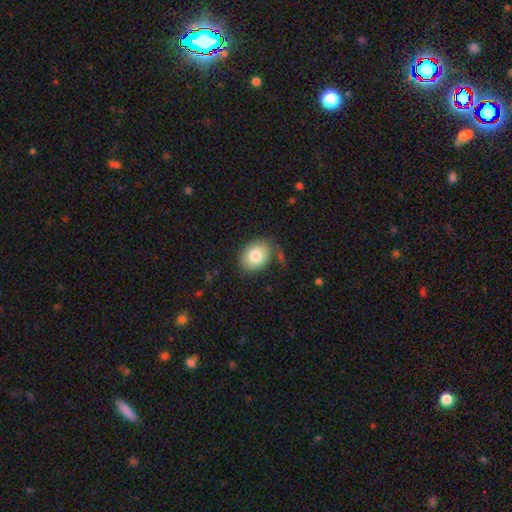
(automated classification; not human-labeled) Smooth or featured? Predicted: smooth (p=0.81). How rounded? Predicted: in between (p=0.59). Merging? Predicted: none (p=0.73).